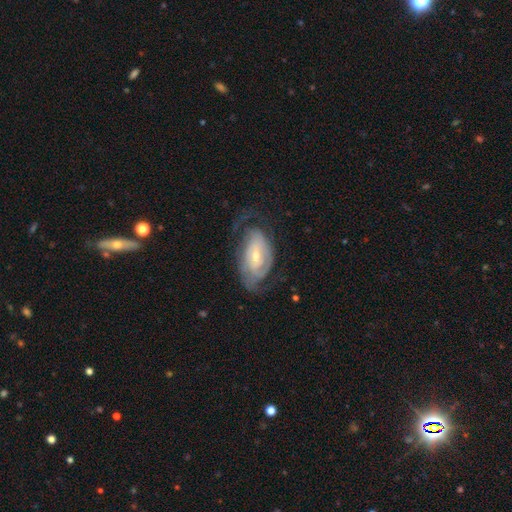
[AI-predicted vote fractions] smooth-or-featured: featured or disk: 80% | smooth: 15% | star or artifact: 5%
  disk-edge-on: no: 95% | yes: 5%
    bar: no: 47% | weak: 39% | strong: 13%
    has-spiral-arms: yes: 90% | no: 10%
      spiral-winding: tight: 52% | medium: 34% | loose: 14%
      spiral-arm-count: 2: 51% | can't tell: 28% | 3: 8% | 1: 7% | 4: 3% | more than 4: 3%
    bulge-size: small: 55% | moderate: 40% | large: 3% | none: 1% | dominant: 1%
  merging: none: 57% | major disturbance: 21% | minor disturbance: 20% | merger: 1%